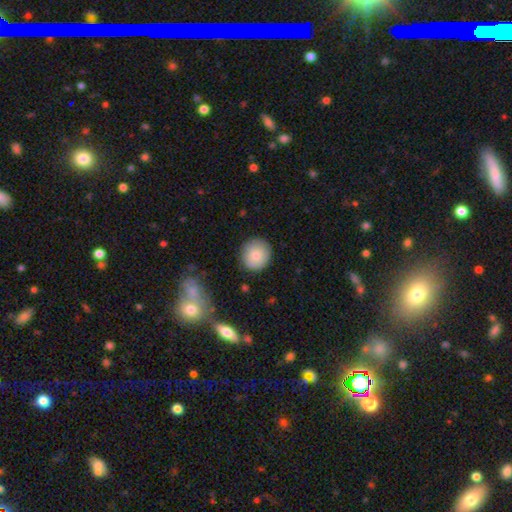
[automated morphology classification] This is clearly a smooth galaxy (82%). How rounded: clearly round (90%). Merging: clearly none (87%).